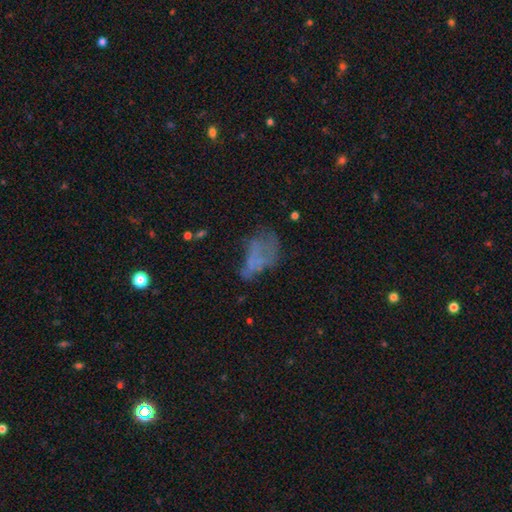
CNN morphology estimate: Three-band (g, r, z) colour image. It shows a featured or disk galaxy (38%). Merging: none (37%).